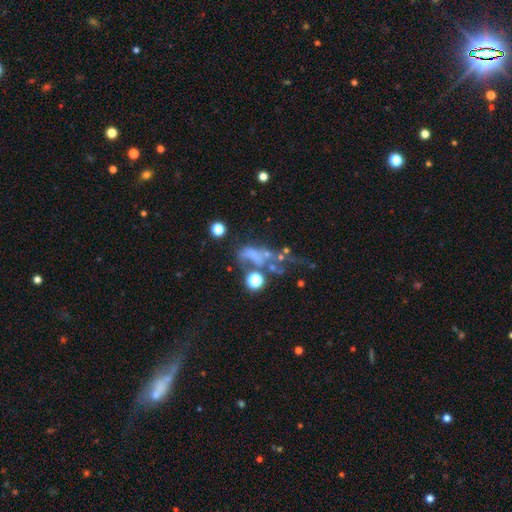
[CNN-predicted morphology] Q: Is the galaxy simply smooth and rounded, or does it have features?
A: featured or disk — 42%.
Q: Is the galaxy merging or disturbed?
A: major disturbance — 42%.